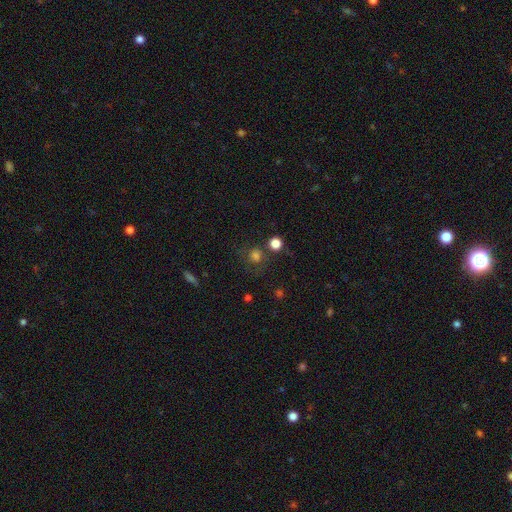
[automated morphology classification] A smooth galaxy with no disk features (73%) that is round (86%). Merging: none (68%).